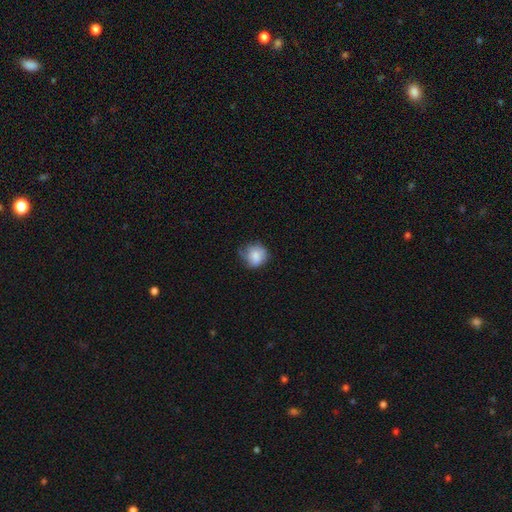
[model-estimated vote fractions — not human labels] A smooth galaxy with no disk features (69%) that is round (77%). Merging: none (51%).